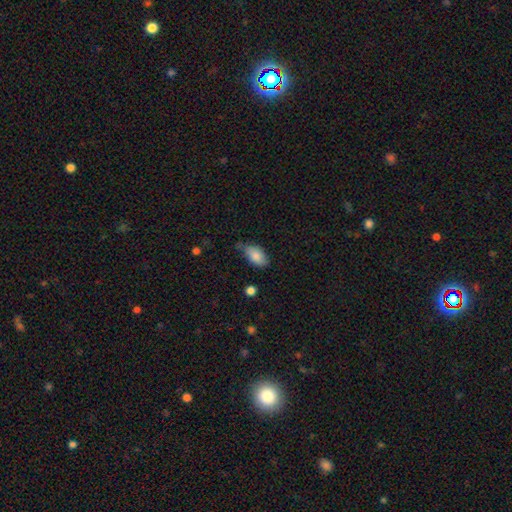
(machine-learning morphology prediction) smooth 84%, featured or disk 9%, star or artifact 7%. Down the decision tree: how rounded — in between (93%); merging — none (60%).